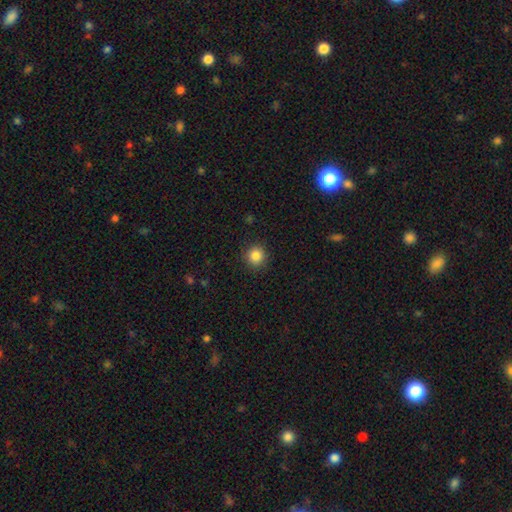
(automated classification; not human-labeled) Smooth or featured: smooth — 85% (star or artifact — 11%)
How rounded: round — 93% (in between — 6%)
Merging: none — 91% (minor disturbance — 6%)